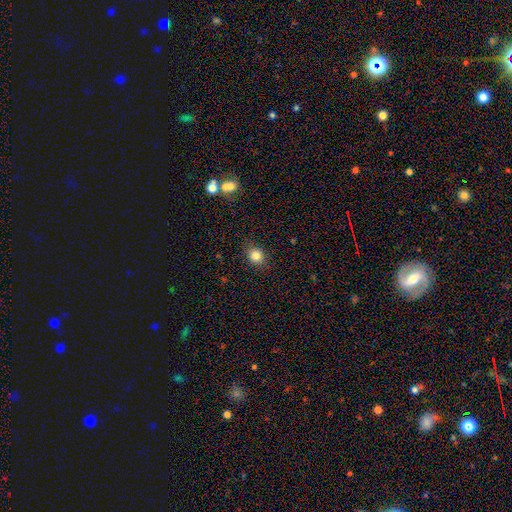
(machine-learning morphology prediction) Smooth or featured? smooth (82%)
How rounded? round (72%)
Merging? none (86%)